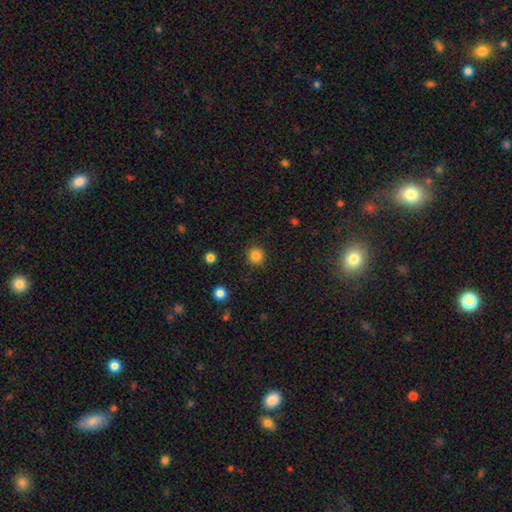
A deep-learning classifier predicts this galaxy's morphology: smooth 84%, star or artifact 12%, featured or disk 4%. Down the decision tree: how rounded — round (94%); merging — none (91%).